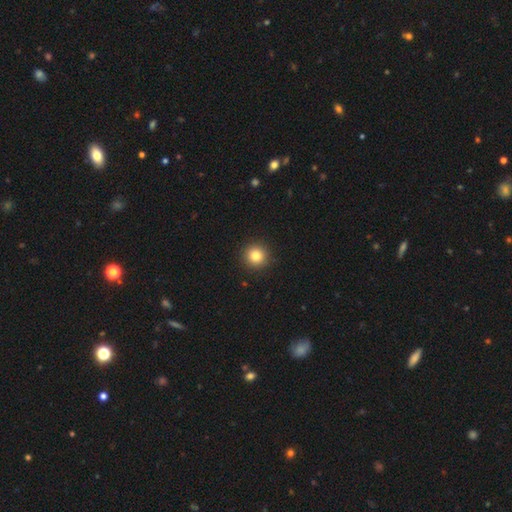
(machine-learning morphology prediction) This is clearly a smooth galaxy (83%). How rounded: clearly round (95%). Merging: clearly none (92%).